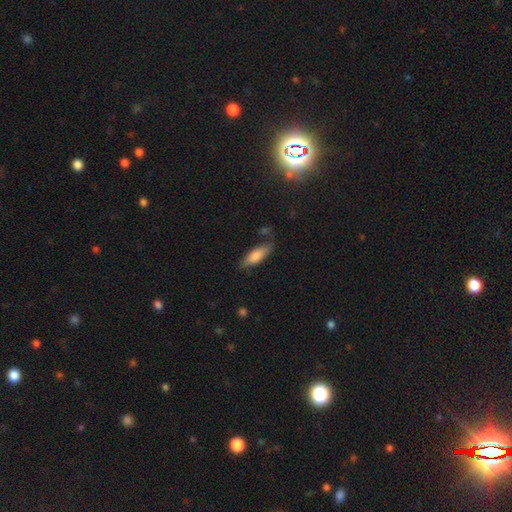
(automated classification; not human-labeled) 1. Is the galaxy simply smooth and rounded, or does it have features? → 78% smooth, 16% featured or disk, 6% star or artifact.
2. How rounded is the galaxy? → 56% in between, 42% cigar-shaped, 2% round.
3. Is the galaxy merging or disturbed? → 70% none, 21% minor disturbance, 5% major disturbance, 5% merger.